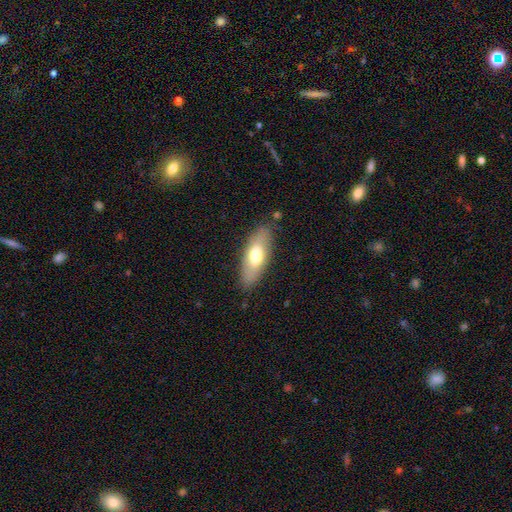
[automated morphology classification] smooth-or-featured: smooth: 64% | featured or disk: 30% | star or artifact: 6%
  how-rounded: in between: 70% | cigar-shaped: 28% | round: 2%
  merging: none: 82% | minor disturbance: 13% | major disturbance: 3% | merger: 2%